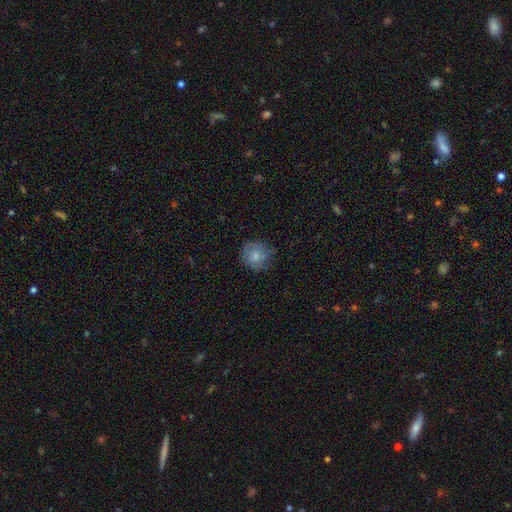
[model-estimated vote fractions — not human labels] Morphology: type=smooth (76%); roundness=round (84%); merging=none (64%).